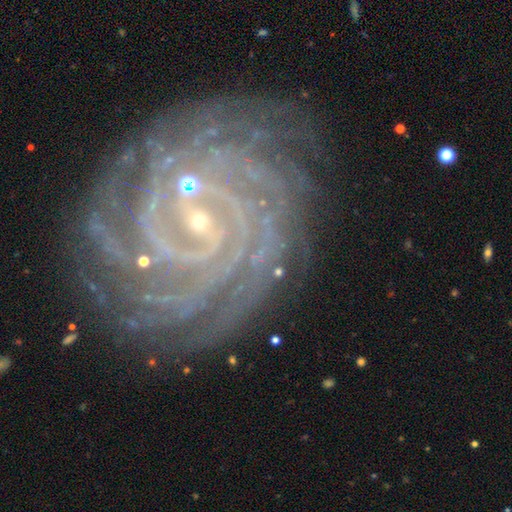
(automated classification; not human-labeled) Smooth or featured? featured or disk (91%)
Edge-on disk? no (98%)
Bar? weak (42%)
Spiral arms? yes (99%)
Spiral winding? tight (85%)
Spiral arm count? more than 4 (27%)
Bulge size? small (85%)
Merging? none (79%)